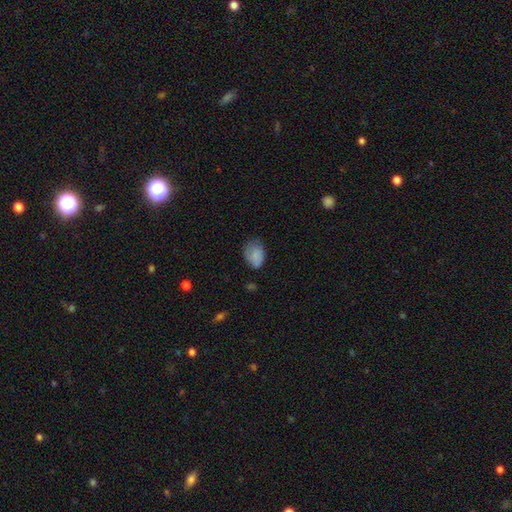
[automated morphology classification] A smooth galaxy with no disk features (82%) that is in between round and cigar-shaped (74%). Merging: none (56%).